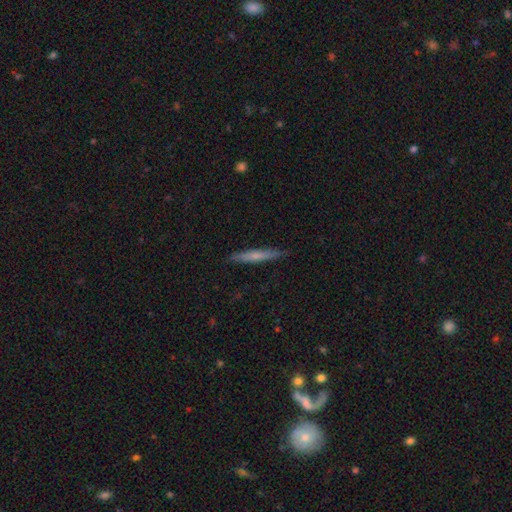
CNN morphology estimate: Smooth or featured? smooth (57%)
How rounded? cigar-shaped (95%)
Merging? none (88%)